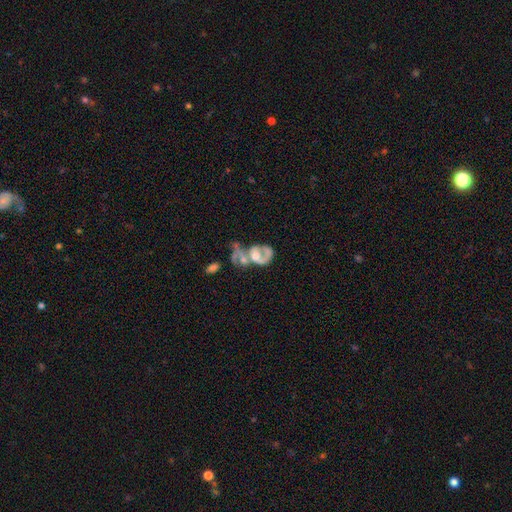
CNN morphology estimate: This is likely a featured or disk galaxy (67%). It is clearly not viewed edge-on (97%). Bar: likely no (73%). Spiral arm pattern: possibly yes (53%). Central bulge: possibly moderate (47%). Merging: possibly merger (55%).